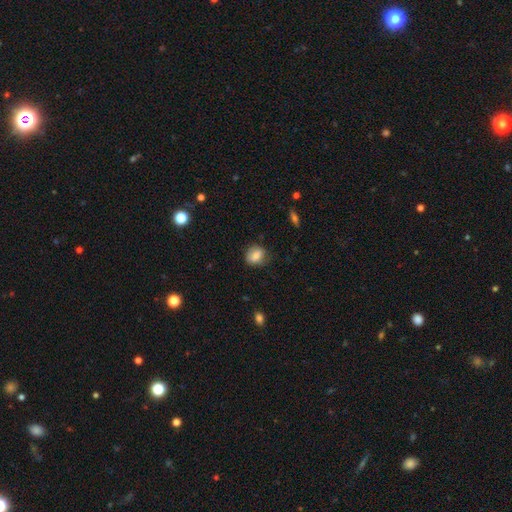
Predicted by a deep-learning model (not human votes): Smooth or featured?
  - smooth: 78% *
  - featured or disk: 13%
  - star or artifact: 9%
How rounded?
  - round: 60% *
  - in between: 39%
  - cigar-shaped: 1%
Merging?
  - none: 74% *
  - minor disturbance: 20%
  - major disturbance: 5%
  - merger: 1%